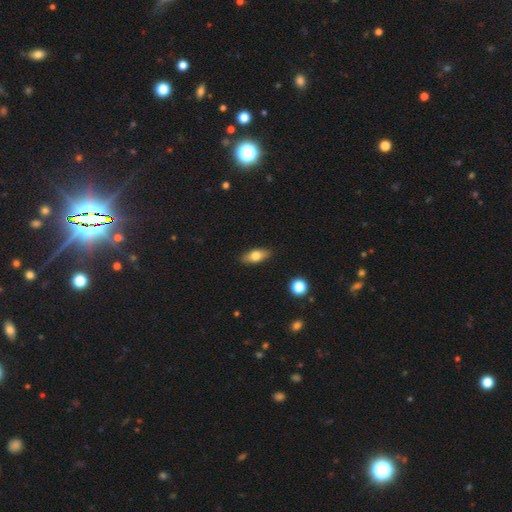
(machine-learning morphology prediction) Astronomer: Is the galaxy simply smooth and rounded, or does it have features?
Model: smooth — 72%.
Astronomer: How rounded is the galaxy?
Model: in between — 78%.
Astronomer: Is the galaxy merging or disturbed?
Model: none — 88%.